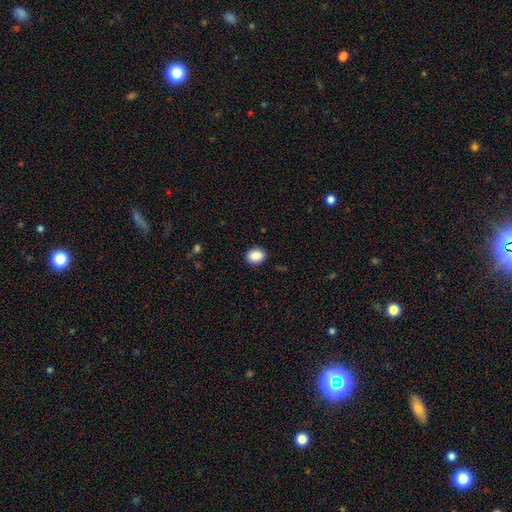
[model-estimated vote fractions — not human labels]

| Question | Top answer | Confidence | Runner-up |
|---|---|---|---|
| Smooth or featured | smooth | 88% | star or artifact (8%) |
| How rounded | in between | 58% | round (41%) |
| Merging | none | 89% | minor disturbance (8%) |